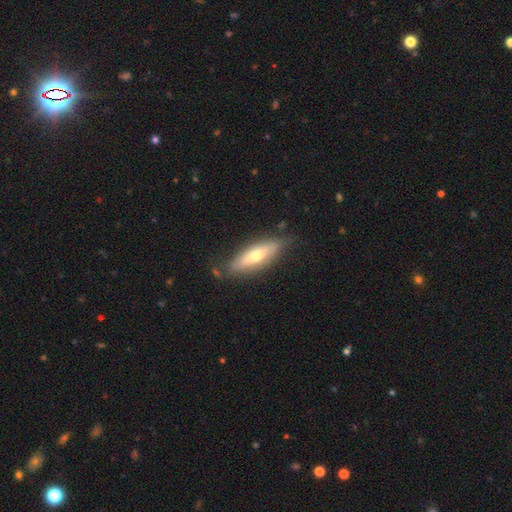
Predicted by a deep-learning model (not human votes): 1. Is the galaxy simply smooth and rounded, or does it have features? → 48% smooth, 45% featured or disk, 7% star or artifact.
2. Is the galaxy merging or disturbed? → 78% none, 16% minor disturbance, 4% major disturbance, 2% merger.